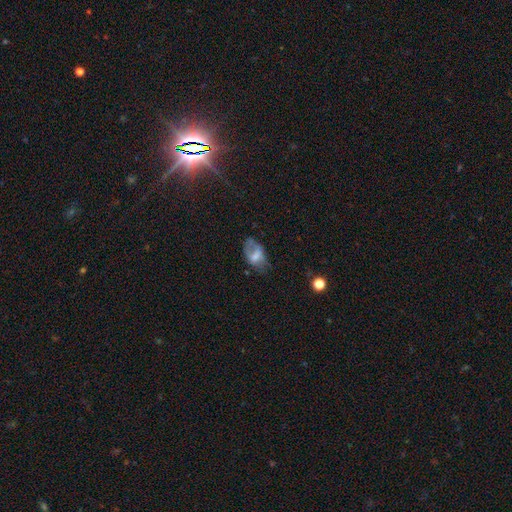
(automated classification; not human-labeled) This is possibly a smooth galaxy (54%). How rounded: clearly in between (88%). Merging: marginally none (45%).